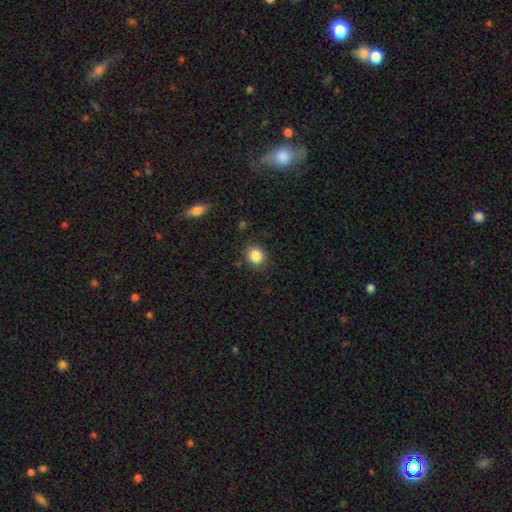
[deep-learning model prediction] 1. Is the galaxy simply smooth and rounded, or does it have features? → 85% smooth, 10% star or artifact, 4% featured or disk.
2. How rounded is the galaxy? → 82% round, 17% in between, 1% cigar-shaped.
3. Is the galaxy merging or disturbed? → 85% none, 10% minor disturbance, 3% major disturbance, 2% merger.